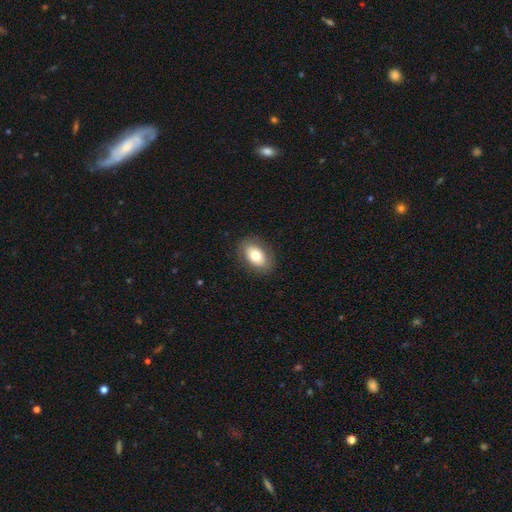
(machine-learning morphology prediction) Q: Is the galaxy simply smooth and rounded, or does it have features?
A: smooth — 76%.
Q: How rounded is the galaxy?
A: in between — 88%.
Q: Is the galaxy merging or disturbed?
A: none — 86%.